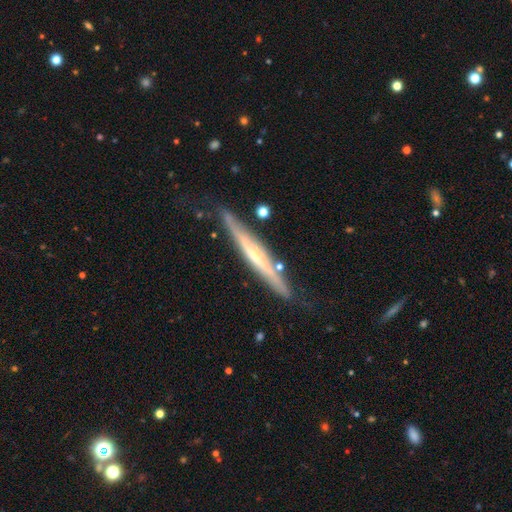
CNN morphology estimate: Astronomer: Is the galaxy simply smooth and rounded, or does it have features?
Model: featured or disk — 70%.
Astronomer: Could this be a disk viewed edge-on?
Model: yes — 95%.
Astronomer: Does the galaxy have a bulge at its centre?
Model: rounded — 50% (runner-up: none, 41%).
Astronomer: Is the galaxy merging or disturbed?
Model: none — 79%.